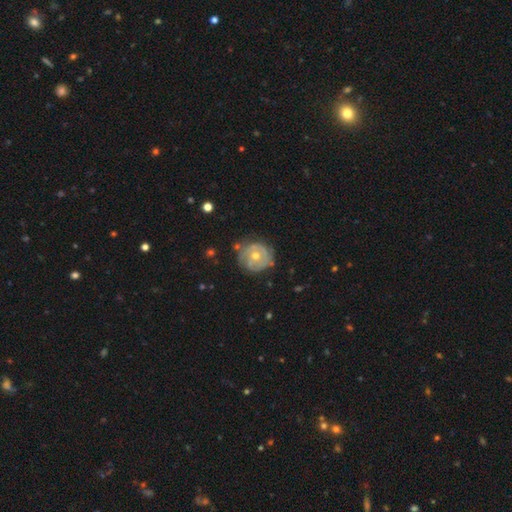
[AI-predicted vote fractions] A featured or disk galaxy (70%) with no bar (78%), spiral arms (72%) and a moderate central bulge (66%). Merging: none (69%).